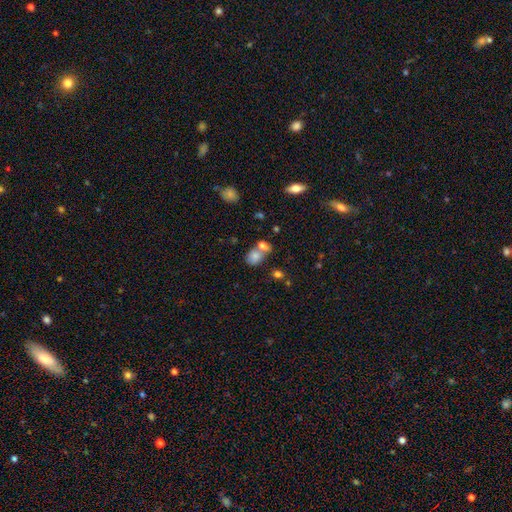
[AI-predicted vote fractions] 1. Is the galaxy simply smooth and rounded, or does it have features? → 75% smooth, 14% featured or disk, 11% star or artifact.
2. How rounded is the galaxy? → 59% in between, 40% round, 1% cigar-shaped.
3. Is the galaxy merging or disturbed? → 47% merger, 36% none, 12% minor disturbance, 5% major disturbance.